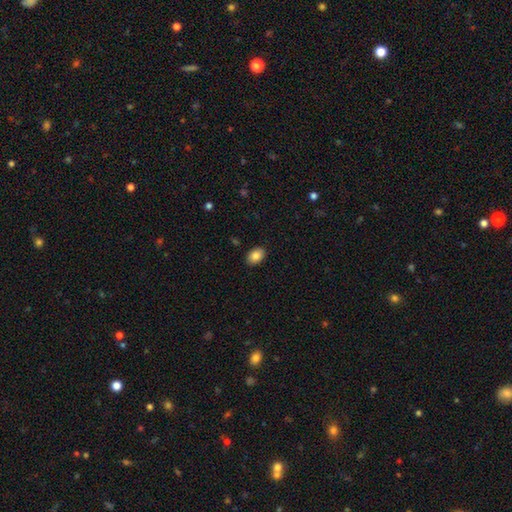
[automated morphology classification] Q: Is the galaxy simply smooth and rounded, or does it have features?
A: smooth — 85%.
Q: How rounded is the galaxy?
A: in between — 82%.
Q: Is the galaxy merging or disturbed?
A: none — 89%.